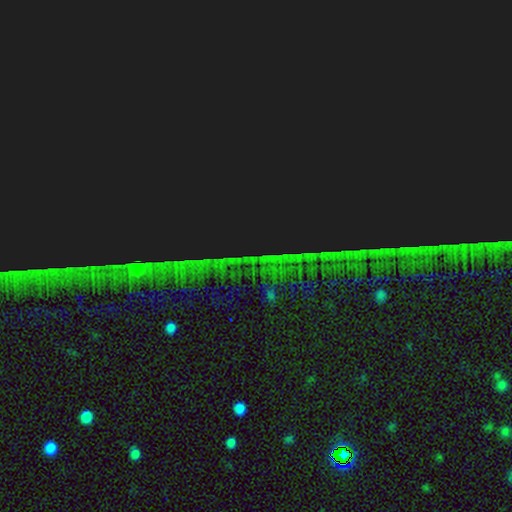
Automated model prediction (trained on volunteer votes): Q: Smooth or featured?
A: star or artifact (88%); runner-up: featured or disk (7%)